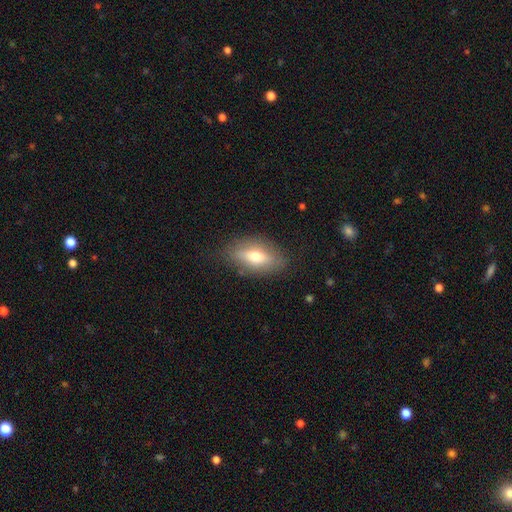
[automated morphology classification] Q: Smooth or featured?
A: smooth (63%); runner-up: featured or disk (29%)
Q: How rounded?
A: in between (82%); runner-up: cigar-shaped (11%)
Q: Merging?
A: none (80%); runner-up: minor disturbance (15%)